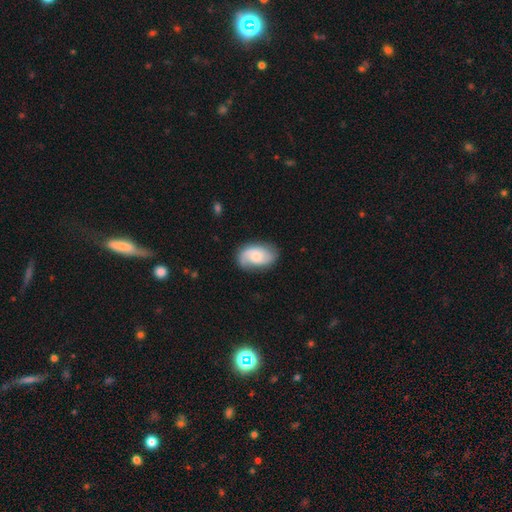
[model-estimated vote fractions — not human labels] The model was most divided on "bulge size": small: 42%, moderate: 41%, large: 8%, none: 7%, dominant: 2%. More confident: edge-on disk — no (96%); spiral arms — yes (91%); merging — none (72%); bar — no (66%); smooth or featured — featured or disk (57%).